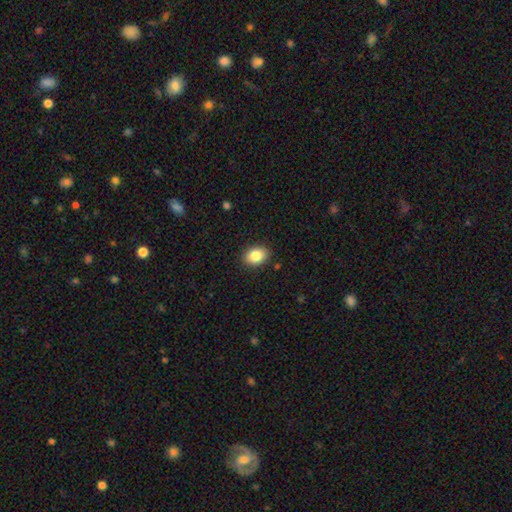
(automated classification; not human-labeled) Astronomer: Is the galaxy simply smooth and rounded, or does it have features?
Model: smooth — 85%.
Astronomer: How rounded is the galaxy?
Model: in between — 66%.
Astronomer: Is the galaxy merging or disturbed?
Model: none — 89%.